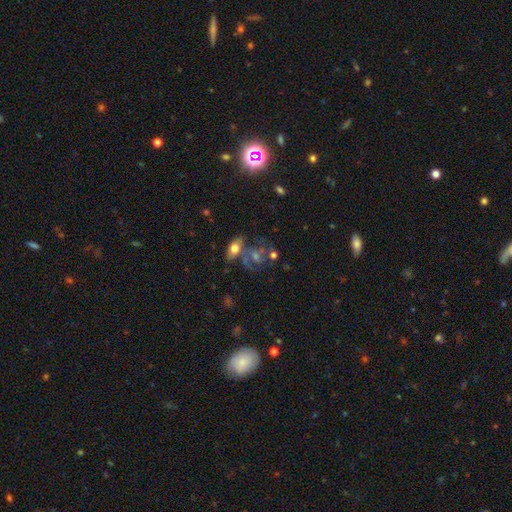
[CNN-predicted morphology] A featured or disk galaxy (36%). Merging: none (44%).